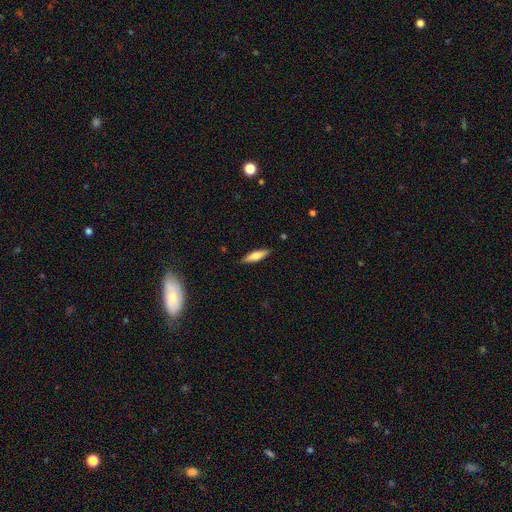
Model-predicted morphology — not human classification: Smooth or featured: smooth — 67% (featured or disk — 27%)
How rounded: cigar-shaped — 66% (in between — 32%)
Merging: none — 87% (minor disturbance — 10%)